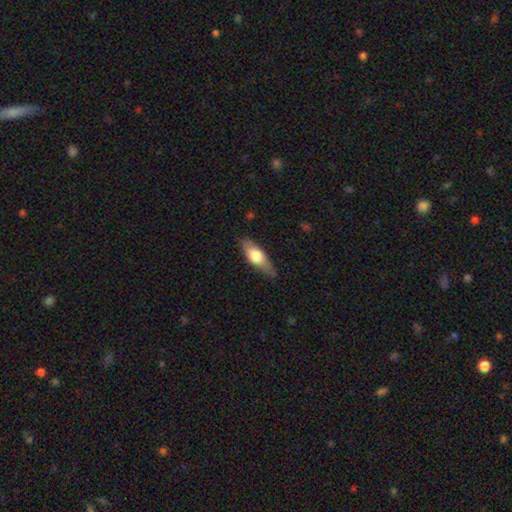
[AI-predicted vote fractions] Morphology: type=smooth (65%); roundness=in between (66%); merging=none (76%).